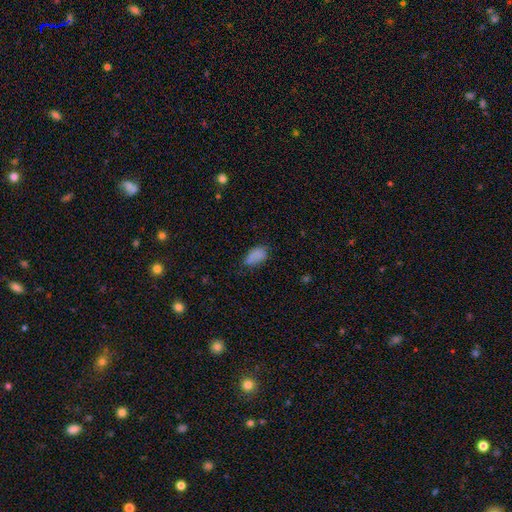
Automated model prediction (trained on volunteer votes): This appears to be a smooth galaxy with no disk features (79%) that is in between round and cigar-shaped (91%). Merging: none (54%).